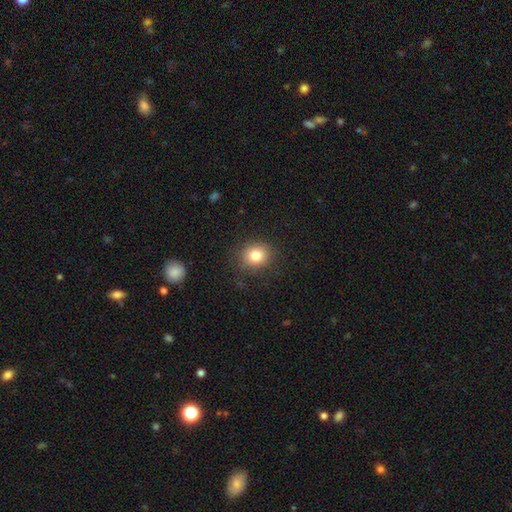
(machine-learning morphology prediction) A smooth galaxy with no disk features (81%) that is round (75%).

Vote fractions:
- Smooth or featured? smooth: 81% / star or artifact: 11% / featured or disk: 8%
- How rounded? round: 75% / in between: 25% / cigar-shaped: 1%
- Merging? none: 86% / minor disturbance: 10% / major disturbance: 4% / merger: 1%